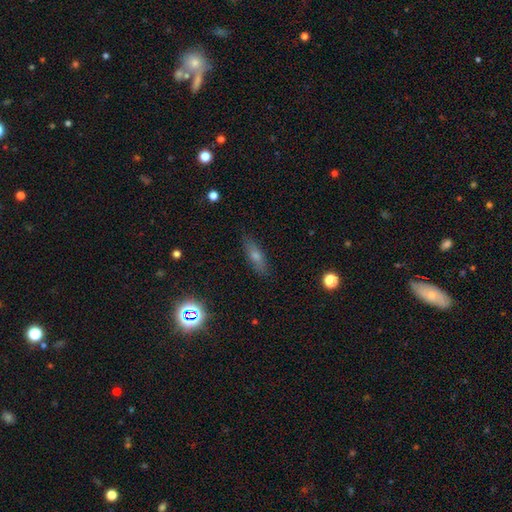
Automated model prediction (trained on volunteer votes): smooth_or_featured: smooth (p=0.53) [alt: featured or disk p=0.32]
how_rounded: cigar-shaped (p=0.56) [alt: in between p=0.38]
merging: none (p=0.86) [alt: minor disturbance p=0.10]